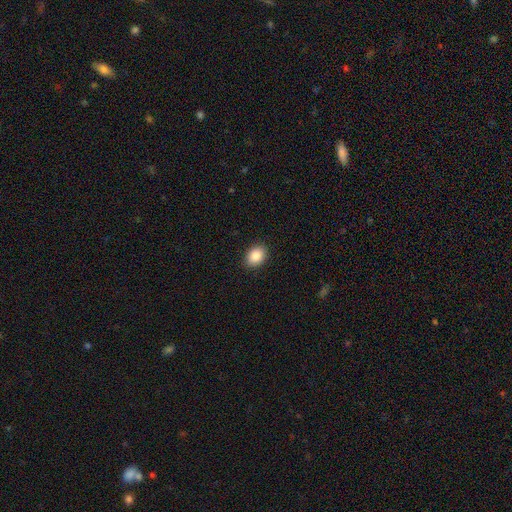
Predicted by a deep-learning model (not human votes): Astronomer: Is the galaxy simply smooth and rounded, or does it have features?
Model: smooth — 88%.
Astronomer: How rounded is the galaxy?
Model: in between — 68%.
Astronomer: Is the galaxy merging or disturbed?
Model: none — 90%.